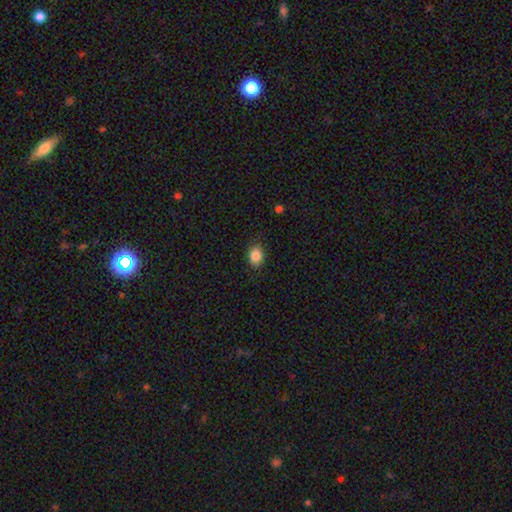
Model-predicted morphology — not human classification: smooth 86%, star or artifact 9%, featured or disk 4%. Down the decision tree: how rounded — in between (57%); merging — none (85%).